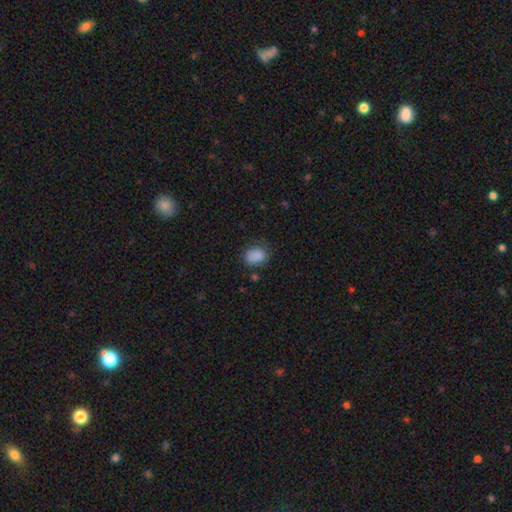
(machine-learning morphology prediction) This is clearly a smooth galaxy (86%). How rounded: likely in between (65%). Merging: likely none (68%).